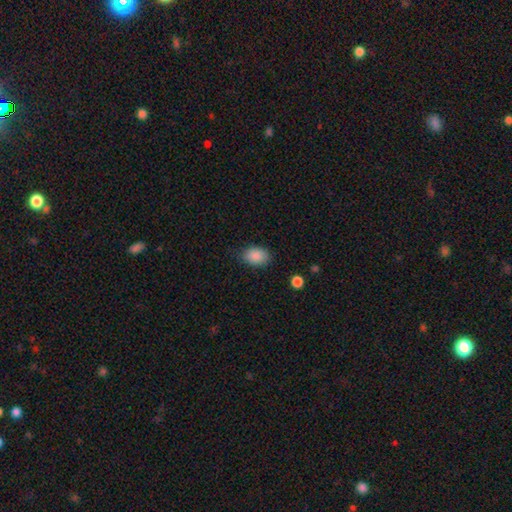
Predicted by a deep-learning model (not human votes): Morphology: type=smooth (88%); roundness=in between (80%); merging=none (80%).